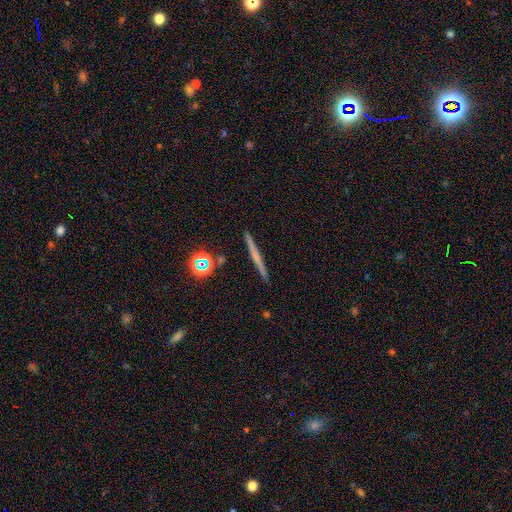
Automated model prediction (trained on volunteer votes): Smooth or featured?
  - featured or disk: 48% *
  - smooth: 42%
  - star or artifact: 10%
Merging?
  - none: 92% *
  - minor disturbance: 5%
  - merger: 2%
  - major disturbance: 1%